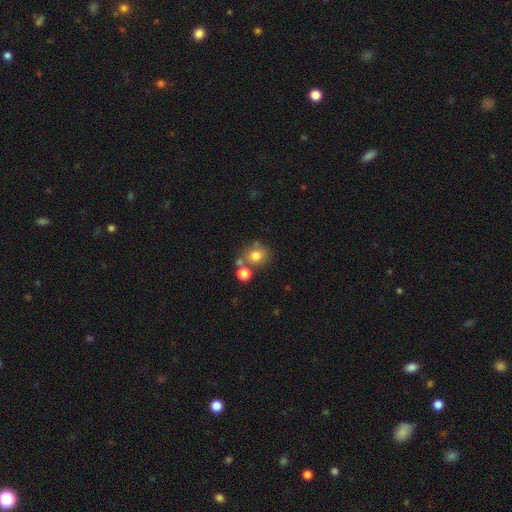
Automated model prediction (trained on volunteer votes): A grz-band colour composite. It shows a smooth galaxy with no disk features (76%) that is round (80%). Merging: none (60%).